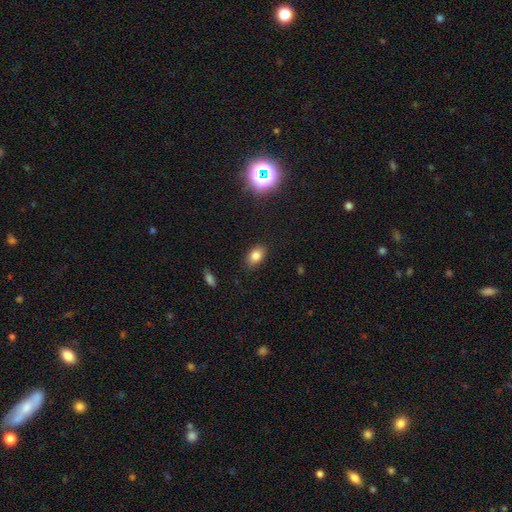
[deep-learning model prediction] The model was most divided on "smooth or featured": smooth: 81%, star or artifact: 11%, featured or disk: 8%. More confident: merging — none (85%); how rounded — in between (85%).